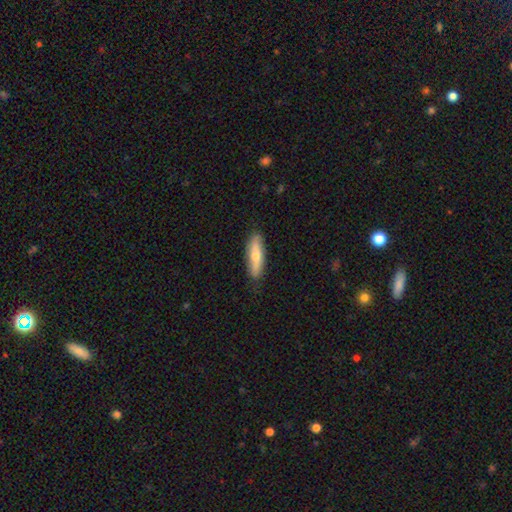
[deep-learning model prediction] Q: Smooth or featured?
A: smooth (58%); runner-up: featured or disk (36%)
Q: How rounded?
A: cigar-shaped (62%); runner-up: in between (36%)
Q: Merging?
A: none (85%); runner-up: minor disturbance (12%)